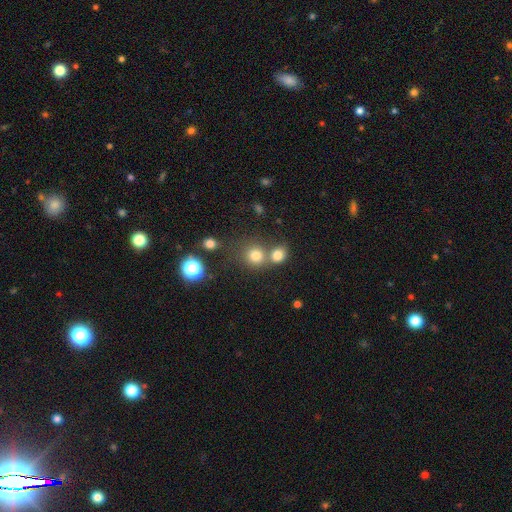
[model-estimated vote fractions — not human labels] Overall: smooth (78%). How rounded: round (85%). Merging: none (56%; merger 32%).